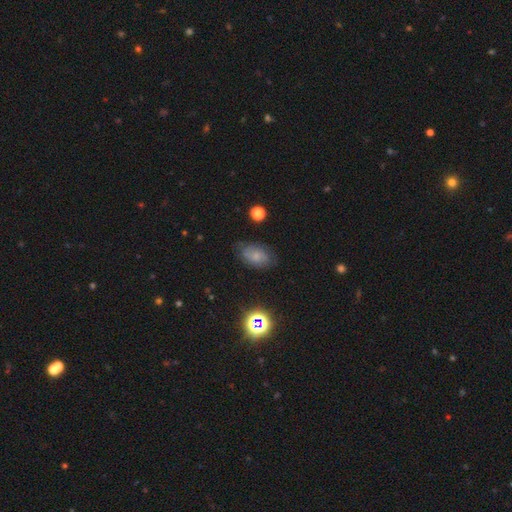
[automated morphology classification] Smooth or featured? smooth (55%)
How rounded? in between (87%)
Merging? none (69%)